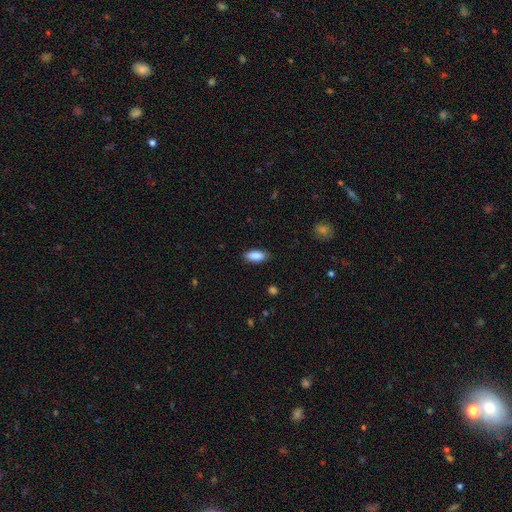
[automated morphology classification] type=smooth (89%); roundness=in between (85%); merging=none (85%).